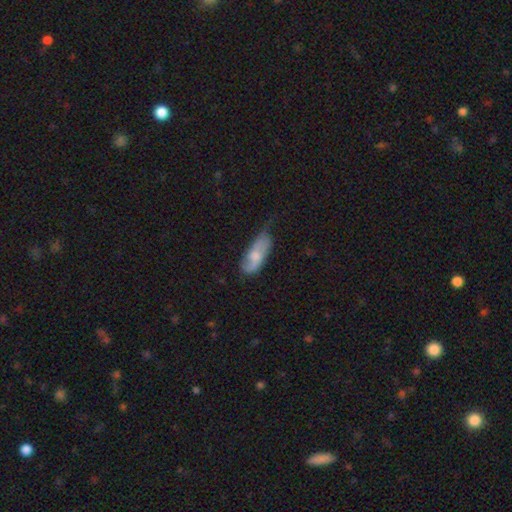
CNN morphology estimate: Smooth or featured? smooth (60%)
How rounded? in between (77%)
Merging? minor disturbance (41%)